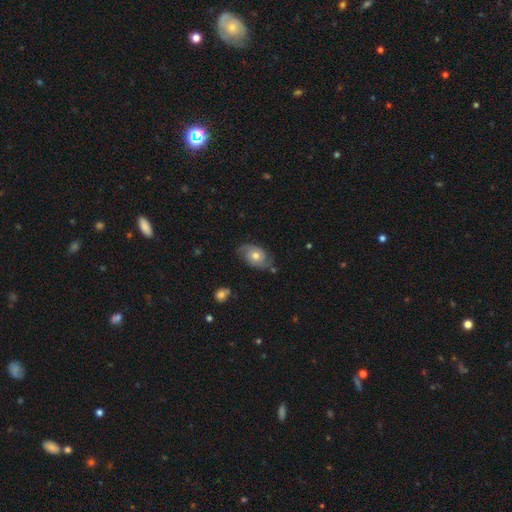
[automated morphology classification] smooth_or_featured: featured or disk (p=0.64) [alt: smooth p=0.28]
disk_edge_on: no (p=0.95) [alt: yes p=0.05]
bar: no (p=0.80) [alt: weak p=0.17]
has_spiral_arms: yes (p=0.87) [alt: no p=0.13]
spiral_winding: tight (p=0.40) [alt: medium p=0.38]
spiral_arm_count: 2 (p=0.81) [alt: can't tell p=0.11]
bulge_size: moderate (p=0.71) [alt: small p=0.21]
merging: none (p=0.72) [alt: minor disturbance p=0.20]